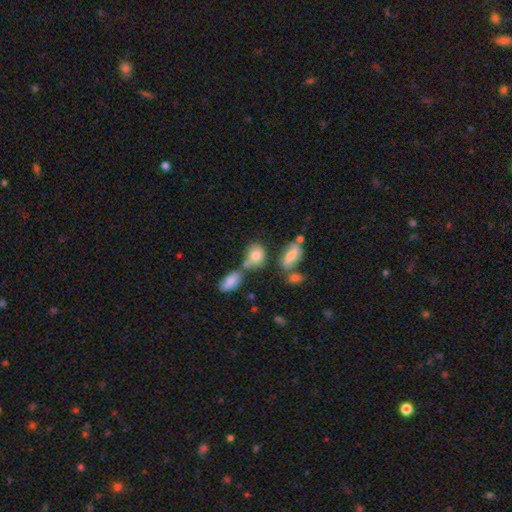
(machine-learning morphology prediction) This is likely a smooth galaxy (79%). How rounded: possibly in between (54%). Merging: possibly none (47%).